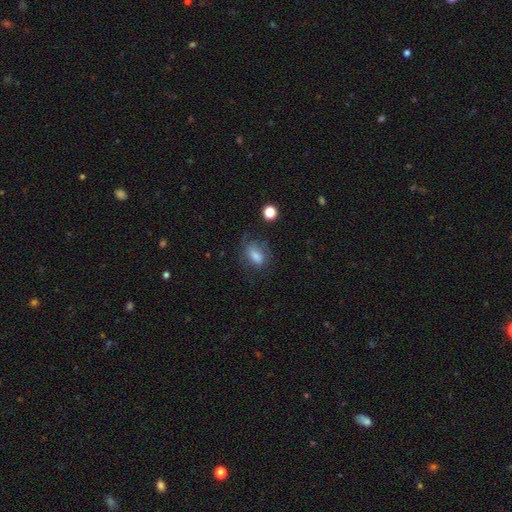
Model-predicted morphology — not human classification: This is likely a smooth galaxy (70%). How rounded: likely in between (78%). Merging: likely none (62%).